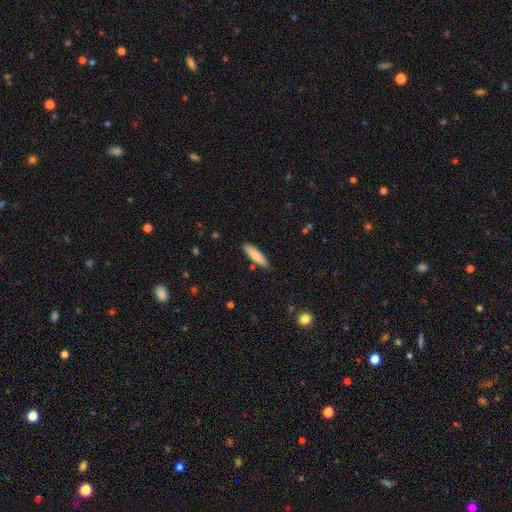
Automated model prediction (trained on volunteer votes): Smooth or featured? Predicted: smooth (p=0.81). How rounded? Predicted: cigar-shaped (p=0.73). Merging? Predicted: none (p=0.83).